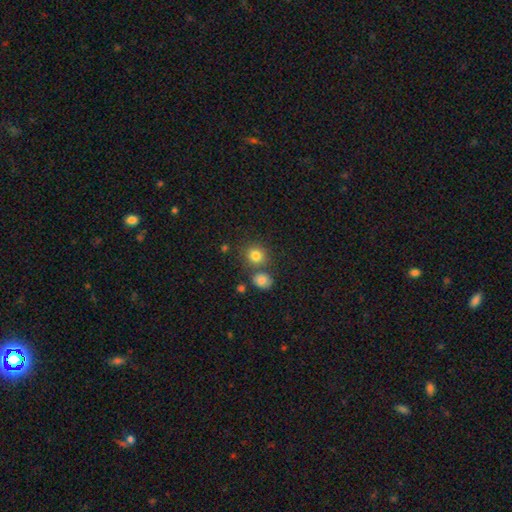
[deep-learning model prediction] Morphology: type=smooth (81%); roundness=round (84%); merging=none (70%).